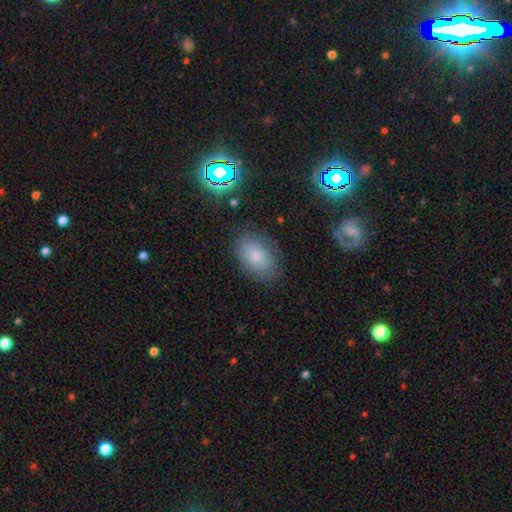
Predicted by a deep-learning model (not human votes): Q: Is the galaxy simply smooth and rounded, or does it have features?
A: smooth — 73%.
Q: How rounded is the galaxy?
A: in between — 86%.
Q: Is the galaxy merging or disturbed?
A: none — 78%.